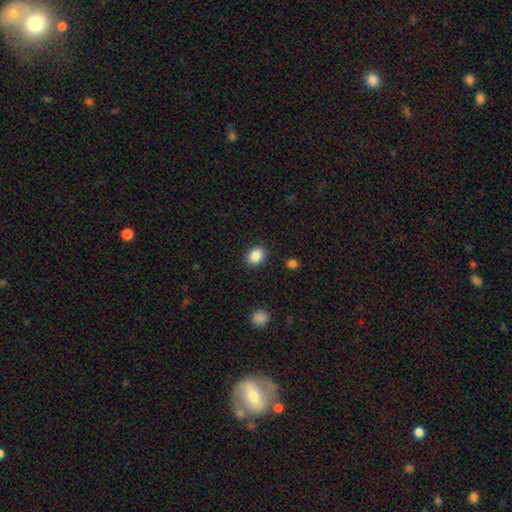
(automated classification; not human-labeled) This is clearly a smooth galaxy (87%). How rounded: possibly in between (51%). Merging: clearly none (89%).